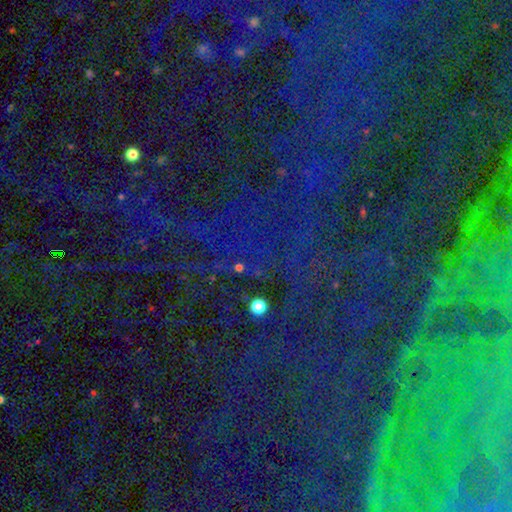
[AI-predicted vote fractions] Morphology: type=star or artifact (82%).